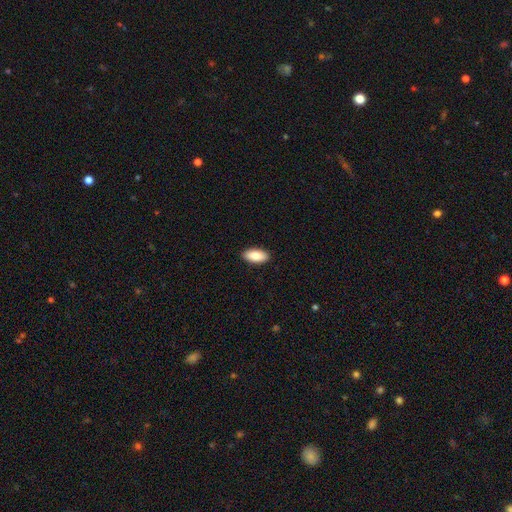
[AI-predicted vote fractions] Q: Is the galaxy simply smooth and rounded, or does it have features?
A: smooth — 86%.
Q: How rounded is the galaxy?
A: in between — 91%.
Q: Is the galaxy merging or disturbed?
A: none — 91%.